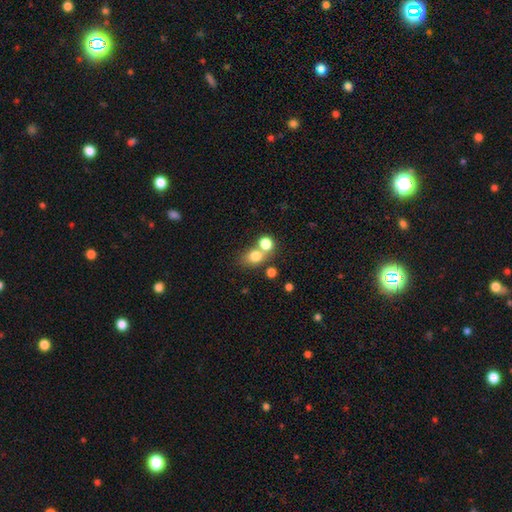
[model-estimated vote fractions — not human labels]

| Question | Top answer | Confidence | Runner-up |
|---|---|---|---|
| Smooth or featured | smooth | 76% | star or artifact (13%) |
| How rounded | round | 56% | in between (42%) |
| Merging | none | 46% | merger (41%) |